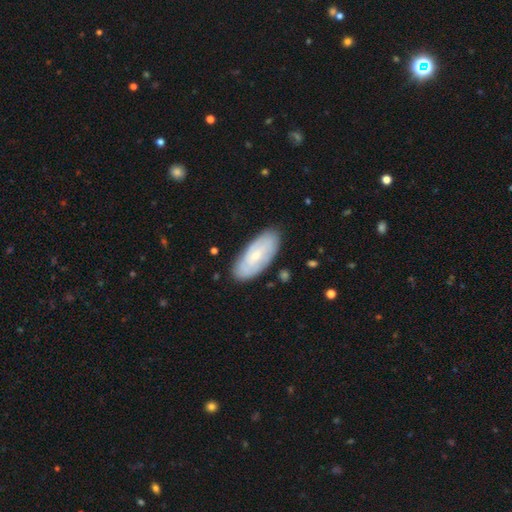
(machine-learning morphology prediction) A featured or disk galaxy (49%). Merging: none (84%).